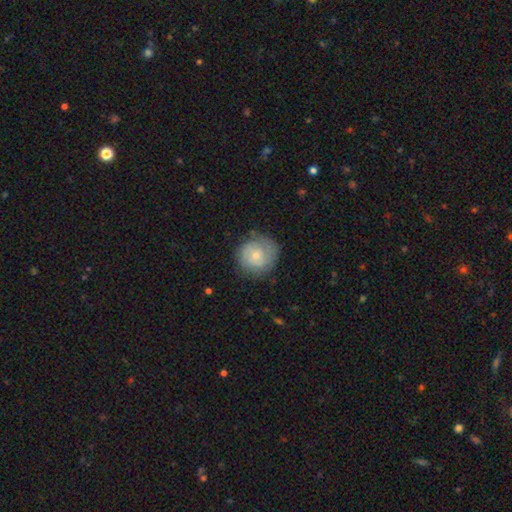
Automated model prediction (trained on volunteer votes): smooth-or-featured: smooth: 51% | featured or disk: 42% | star or artifact: 7%
  how-rounded: round: 91% | in between: 8% | cigar-shaped: 1%
  merging: none: 75% | minor disturbance: 17% | major disturbance: 6% | merger: 2%